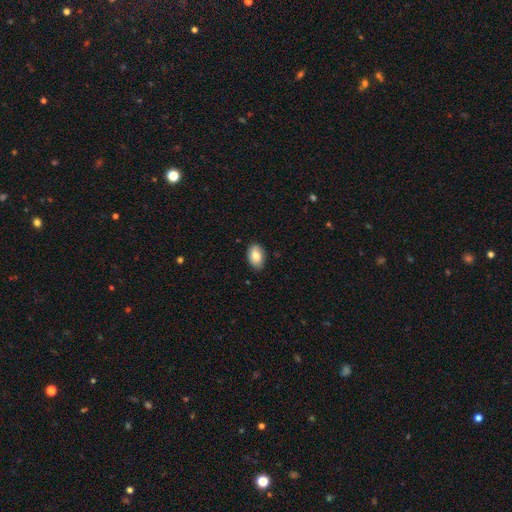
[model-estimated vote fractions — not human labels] The model was most divided on "smooth or featured": smooth: 81%, featured or disk: 12%, star or artifact: 7%. More confident: how rounded — in between (89%); merging — none (84%).